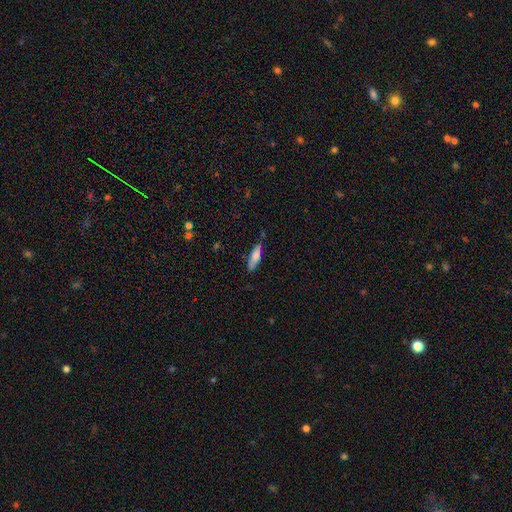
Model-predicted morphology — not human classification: Smooth or featured? smooth (78%)
How rounded? cigar-shaped (60%)
Merging? none (74%)